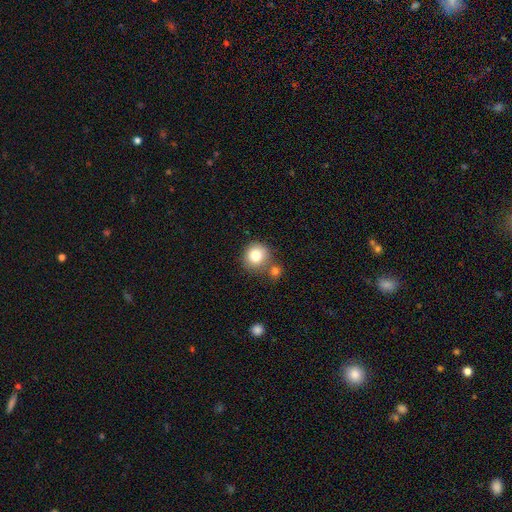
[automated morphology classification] Q: Smooth or featured?
A: smooth (80%); runner-up: star or artifact (10%)
Q: How rounded?
A: round (89%); runner-up: in between (10%)
Q: Merging?
A: none (65%); runner-up: merger (20%)